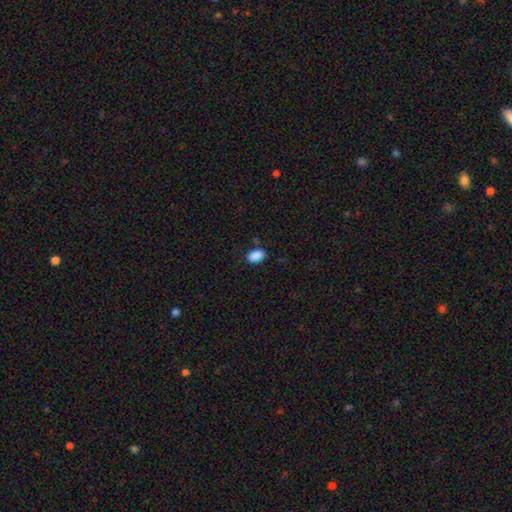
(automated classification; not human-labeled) Smooth or featured?
  - smooth: 89% *
  - star or artifact: 8%
  - featured or disk: 3%
How rounded?
  - in between: 88% *
  - round: 10%
  - cigar-shaped: 1%
Merging?
  - none: 81% *
  - minor disturbance: 13%
  - major disturbance: 3%
  - merger: 3%